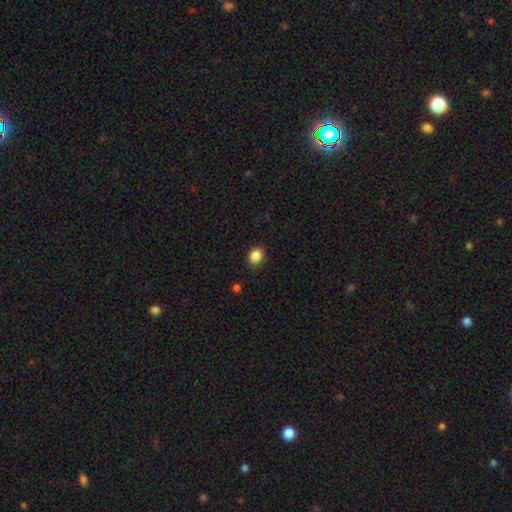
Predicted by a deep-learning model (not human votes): smooth-or-featured: smooth: 86% | star or artifact: 10% | featured or disk: 4%
  how-rounded: round: 54% | in between: 45% | cigar-shaped: 1%
  merging: none: 82% | minor disturbance: 14% | major disturbance: 3% | merger: 1%